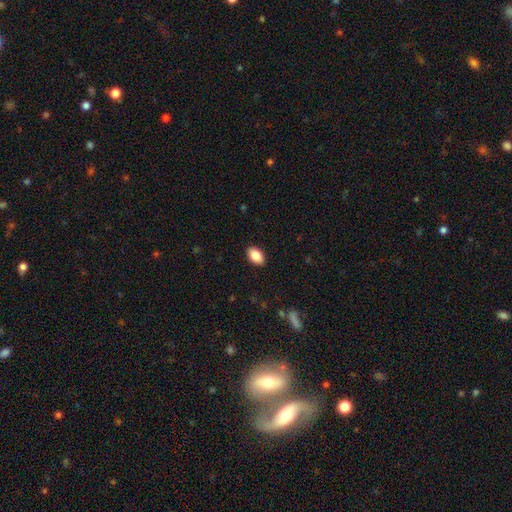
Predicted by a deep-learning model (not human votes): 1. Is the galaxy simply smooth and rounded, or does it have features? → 86% smooth, 7% star or artifact, 7% featured or disk.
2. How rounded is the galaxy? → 92% in between, 7% round, 2% cigar-shaped.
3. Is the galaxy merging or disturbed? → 89% none, 8% minor disturbance, 2% major disturbance, 1% merger.